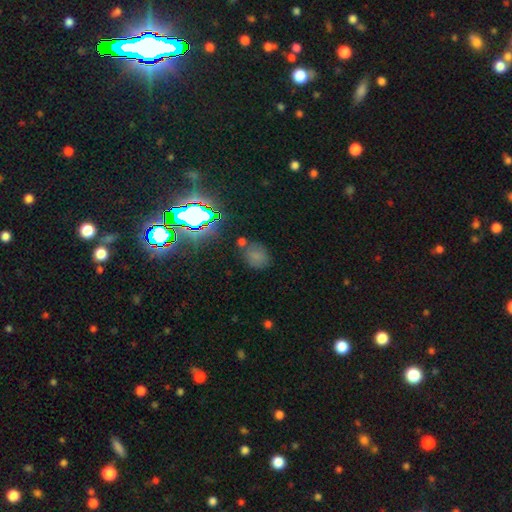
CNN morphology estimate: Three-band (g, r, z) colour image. It shows a smooth galaxy with no disk features (57%) that is round (61%). Merging: none (70%).